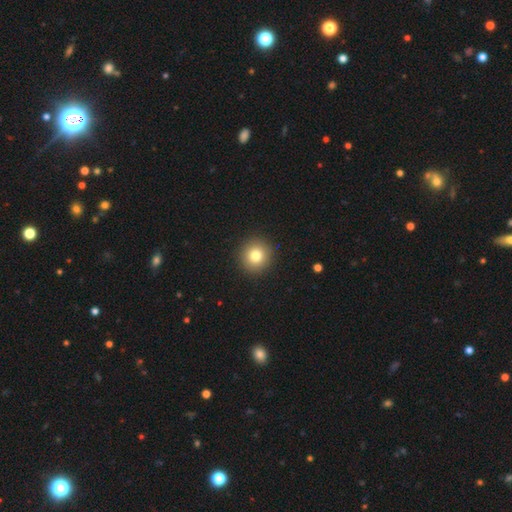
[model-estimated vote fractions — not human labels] smooth-or-featured: smooth: 80% | star or artifact: 11% | featured or disk: 9%
  how-rounded: round: 94% | in between: 5% | cigar-shaped: 1%
  merging: none: 92% | minor disturbance: 5% | major disturbance: 2% | merger: 1%